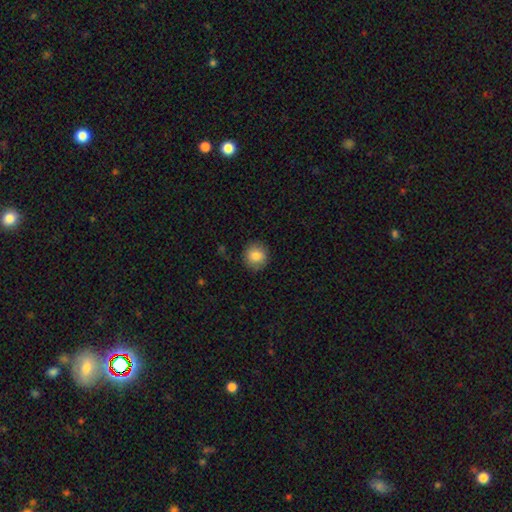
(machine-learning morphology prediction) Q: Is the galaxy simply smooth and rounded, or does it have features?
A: smooth — 84%.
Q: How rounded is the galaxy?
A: round — 91%.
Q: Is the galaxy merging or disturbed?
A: none — 89%.